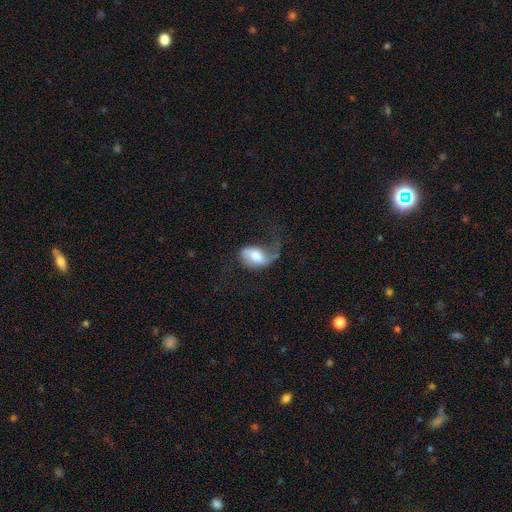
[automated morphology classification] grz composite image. It shows a smooth galaxy with no disk features (47%). Merging: major disturbance (40%).